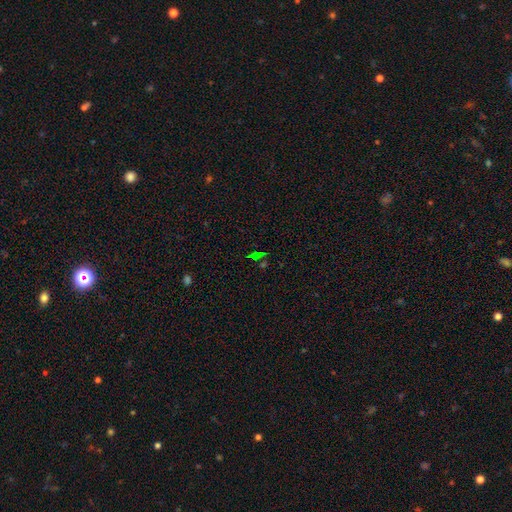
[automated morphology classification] Smooth or featured? Predicted: star or artifact (p=0.61).